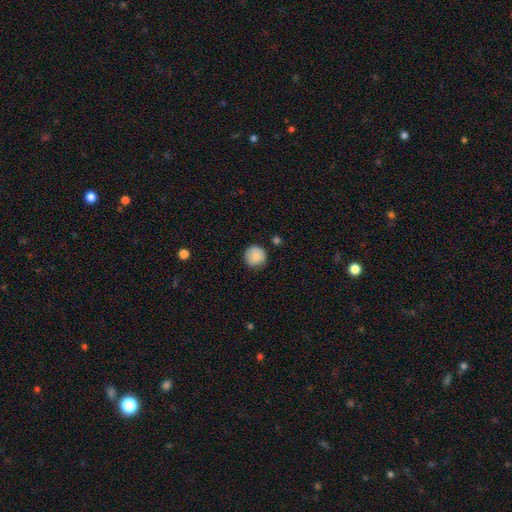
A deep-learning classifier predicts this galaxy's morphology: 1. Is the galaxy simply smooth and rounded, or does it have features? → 86% smooth, 7% star or artifact, 7% featured or disk.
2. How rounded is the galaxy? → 94% round, 5% in between, 1% cigar-shaped.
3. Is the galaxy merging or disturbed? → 84% none, 12% minor disturbance, 3% major disturbance, 2% merger.